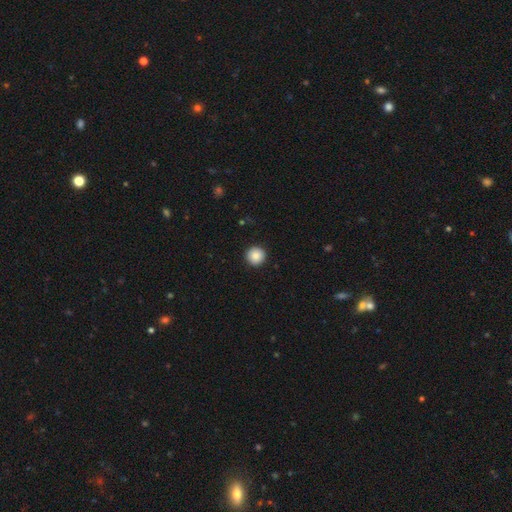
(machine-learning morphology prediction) A smooth galaxy with no disk features (85%) that is round (96%). Merging: none (93%).